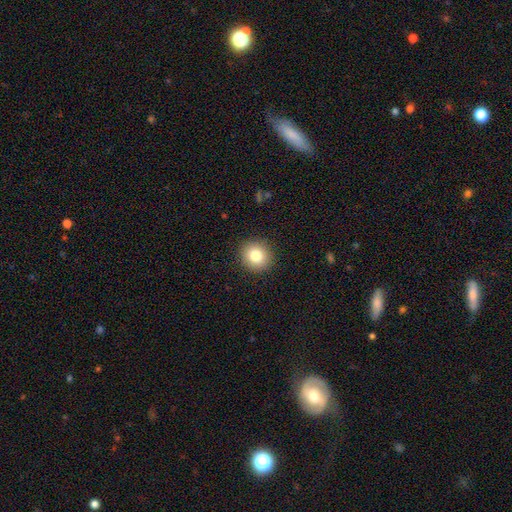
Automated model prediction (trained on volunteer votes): Q: Smooth or featured?
A: smooth (82%); runner-up: star or artifact (10%)
Q: How rounded?
A: round (85%); runner-up: in between (15%)
Q: Merging?
A: none (91%); runner-up: minor disturbance (6%)